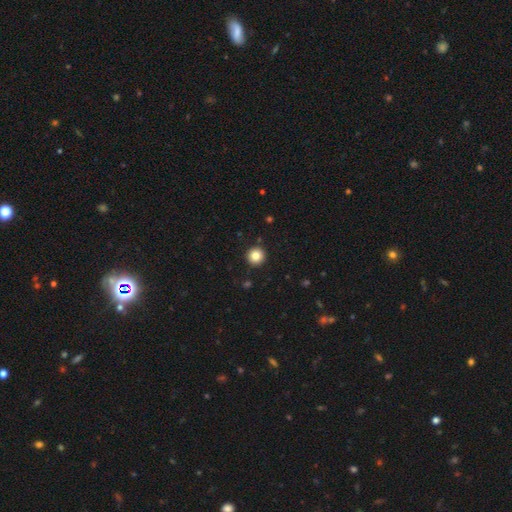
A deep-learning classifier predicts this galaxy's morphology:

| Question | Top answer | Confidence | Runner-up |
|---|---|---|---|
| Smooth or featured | smooth | 84% | star or artifact (10%) |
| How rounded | round | 95% | in between (4%) |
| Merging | none | 92% | minor disturbance (5%) |